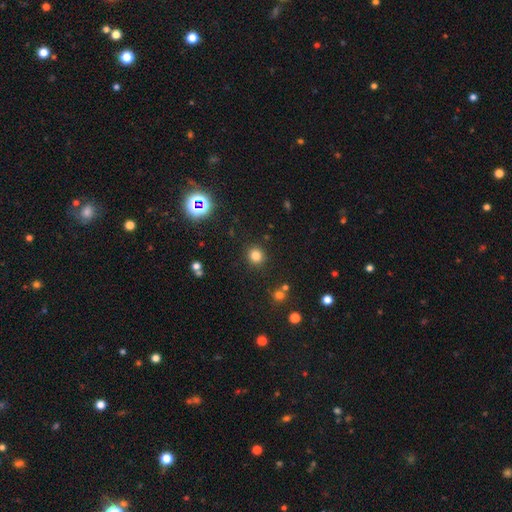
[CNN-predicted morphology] A smooth galaxy with no disk features (80%) that is round (91%). Merging: none (90%).